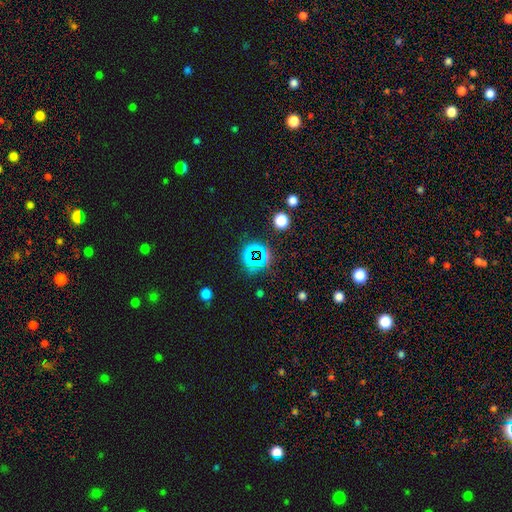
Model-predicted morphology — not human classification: Q: Smooth or featured?
A: star or artifact (71%); runner-up: smooth (20%)